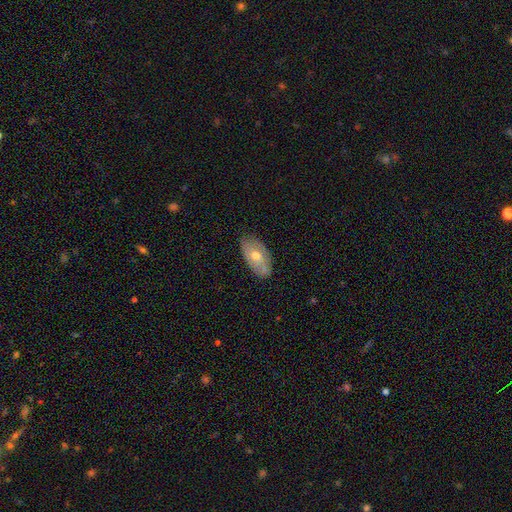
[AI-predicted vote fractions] Overall: smooth (50%; featured or disk 43%). How rounded: in between (92%). Merging: none (69%).